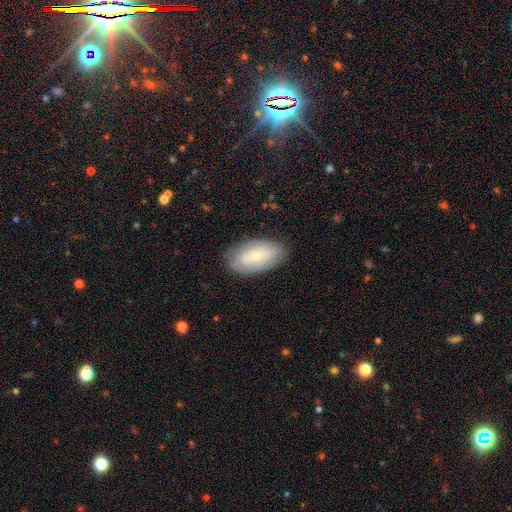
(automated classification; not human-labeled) smooth 61%, featured or disk 32%, star or artifact 7%. Down the decision tree: how rounded — in between (94%); merging — none (83%).